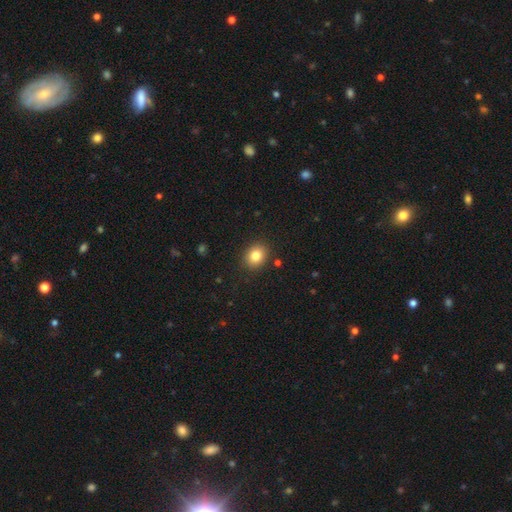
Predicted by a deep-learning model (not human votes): Smooth or featured: smooth — 82% (star or artifact — 11%)
How rounded: round — 59% (in between — 40%)
Merging: none — 89% (minor disturbance — 7%)